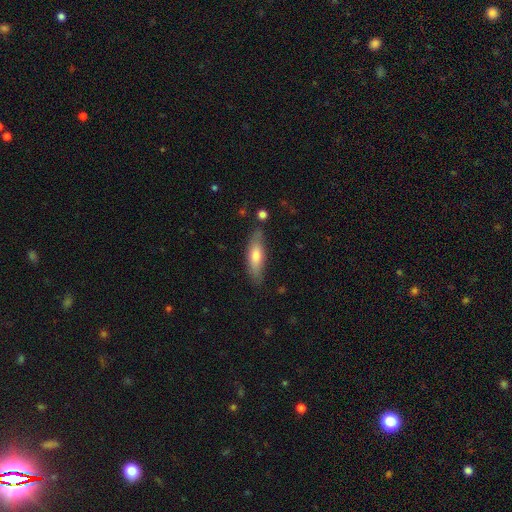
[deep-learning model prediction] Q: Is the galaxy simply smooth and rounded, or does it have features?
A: smooth — 64%.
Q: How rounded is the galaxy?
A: cigar-shaped — 52%.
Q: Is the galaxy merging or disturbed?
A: none — 76%.